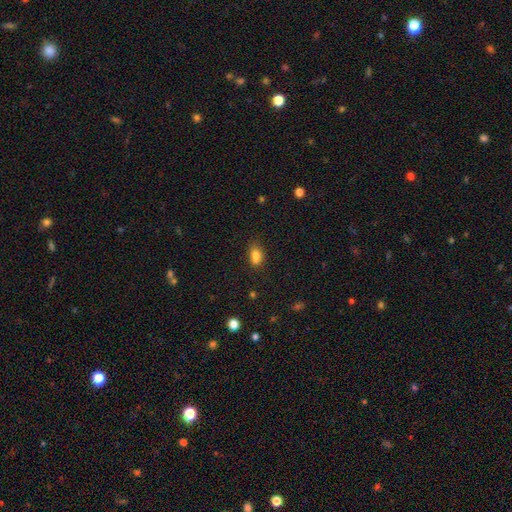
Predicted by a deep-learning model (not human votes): Smooth or featured? smooth (77%)
How rounded? in between (75%)
Merging? none (48%)